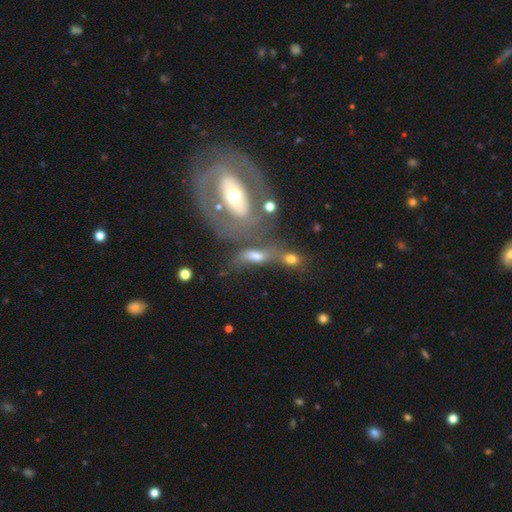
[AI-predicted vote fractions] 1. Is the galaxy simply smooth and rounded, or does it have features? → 53% featured or disk, 38% smooth, 10% star or artifact.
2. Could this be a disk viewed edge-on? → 75% no, 25% yes.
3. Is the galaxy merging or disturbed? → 39% none, 30% merger, 17% minor disturbance, 14% major disturbance.